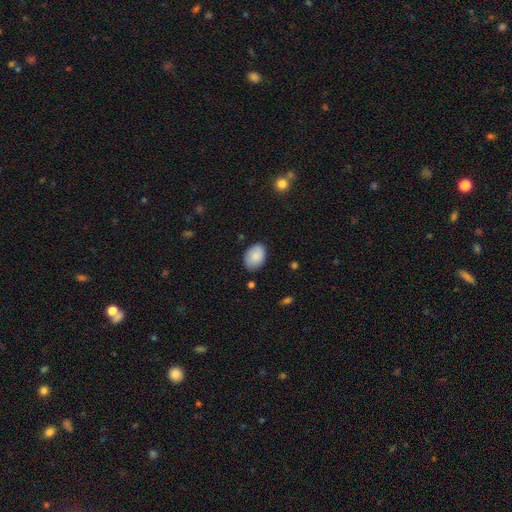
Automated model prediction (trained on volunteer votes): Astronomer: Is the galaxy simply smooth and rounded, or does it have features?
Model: smooth — 86%.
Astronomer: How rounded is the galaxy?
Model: in between — 85%.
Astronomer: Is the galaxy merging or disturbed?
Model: none — 81%.